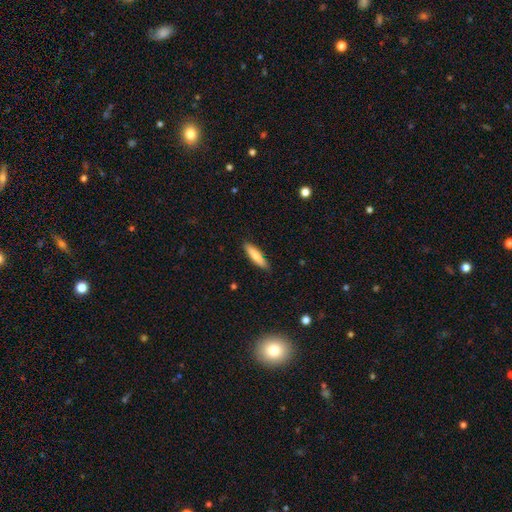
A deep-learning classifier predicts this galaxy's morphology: The model was most divided on "how rounded": cigar-shaped: 76%, in between: 22%, round: 1%. More confident: merging — none (88%); smooth or featured — smooth (80%).